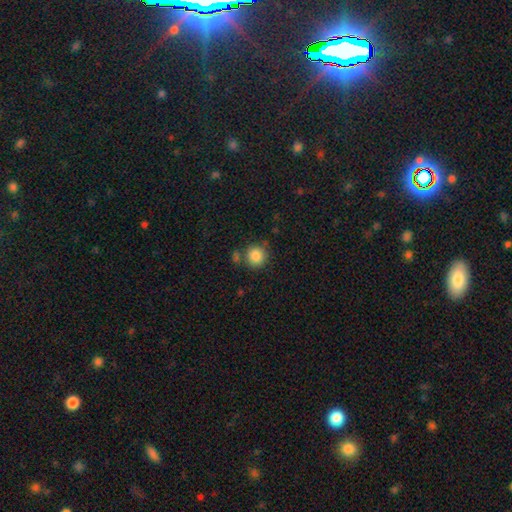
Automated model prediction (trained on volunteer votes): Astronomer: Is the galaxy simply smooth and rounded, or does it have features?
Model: smooth — 86%.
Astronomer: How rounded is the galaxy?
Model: round — 90%.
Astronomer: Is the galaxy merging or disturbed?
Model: none — 74%.